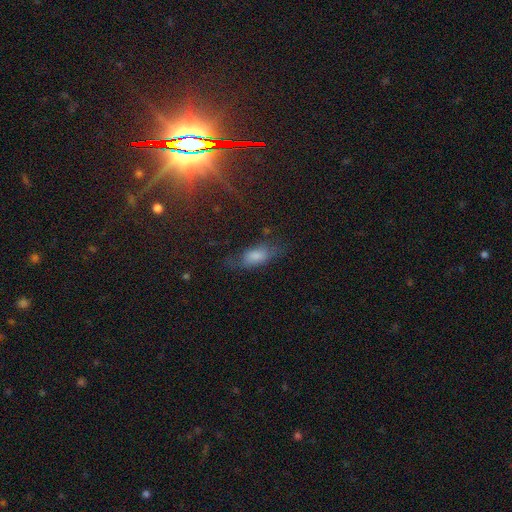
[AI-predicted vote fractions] smooth_or_featured: smooth (p=0.58) [alt: featured or disk p=0.23]
how_rounded: in between (p=0.75) [alt: cigar-shaped p=0.20]
merging: none (p=0.60) [alt: minor disturbance p=0.25]